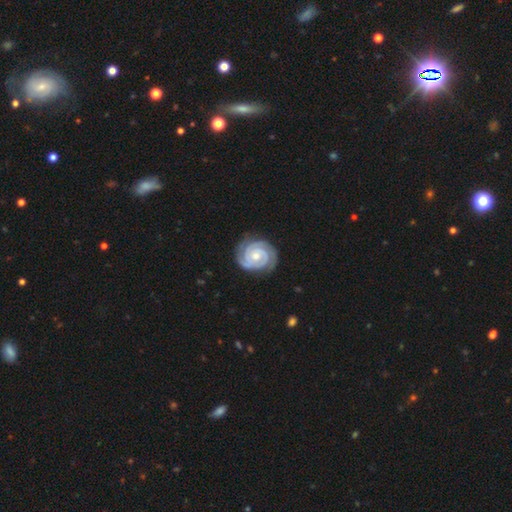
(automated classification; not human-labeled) Overall: featured or disk (92%). Edge-on disk: no (98%). Bar: no (70%). Spiral arms: yes (99%). Spiral arm count: 2 (70%). Spiral winding: tight (82%). Bulge size: moderate (52%; small 43%). Merging: none (83%).